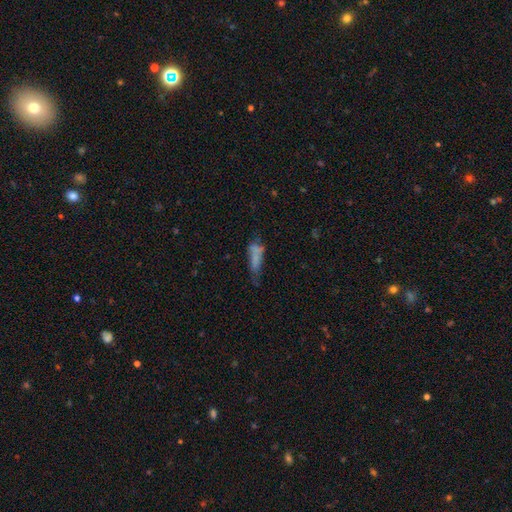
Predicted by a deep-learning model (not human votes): Q: Smooth or featured?
A: smooth (59%); runner-up: featured or disk (27%)
Q: How rounded?
A: cigar-shaped (50%); runner-up: in between (46%)
Q: Merging?
A: none (31%); runner-up: major disturbance (28%)